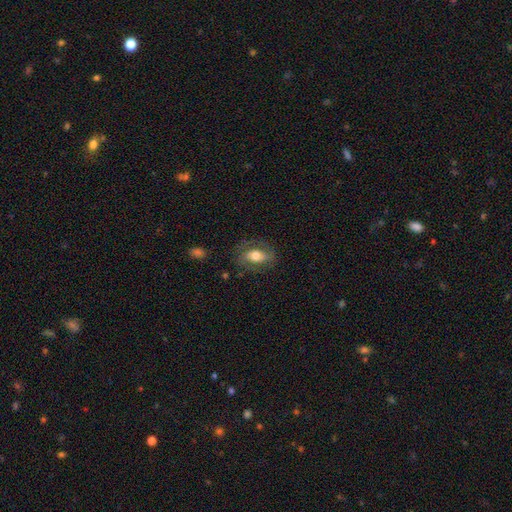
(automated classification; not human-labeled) Morphology: type=smooth (49%); merging=none (72%).